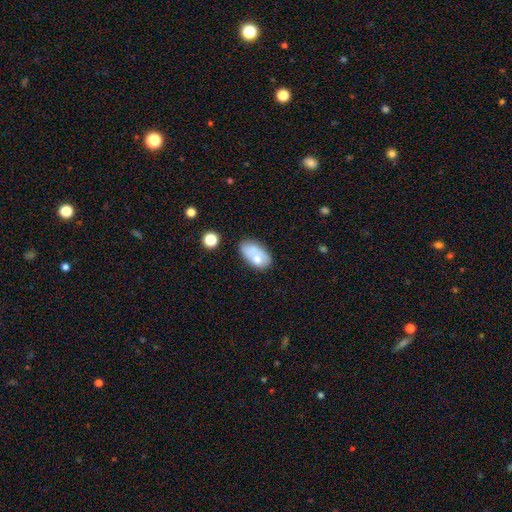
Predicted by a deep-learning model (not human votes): smooth 67%, featured or disk 25%, star or artifact 8%. Down the decision tree: how rounded — in between (91%); merging — none (44%).